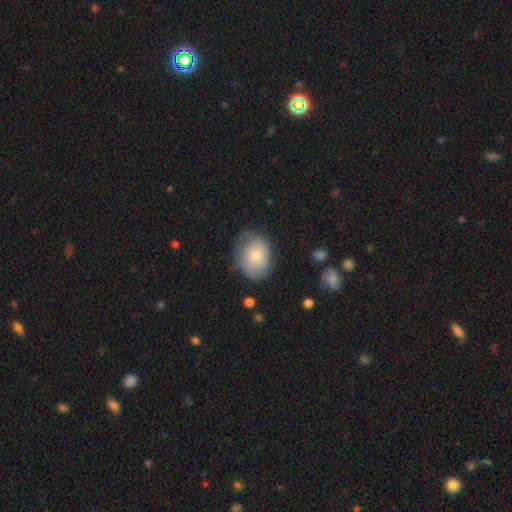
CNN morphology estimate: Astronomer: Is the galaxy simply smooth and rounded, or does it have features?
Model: smooth — 66%.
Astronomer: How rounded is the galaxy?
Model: in between — 64%.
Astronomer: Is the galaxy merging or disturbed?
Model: none — 63%.